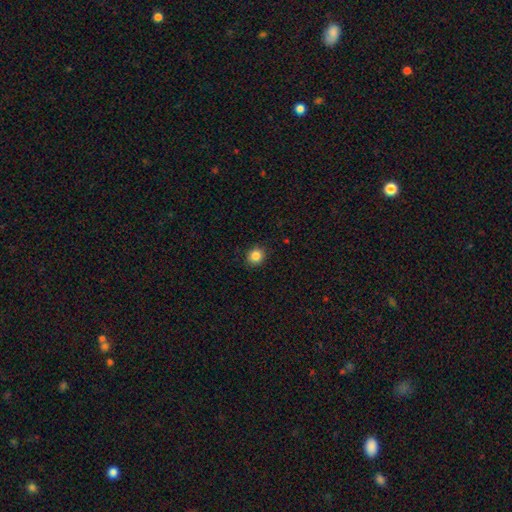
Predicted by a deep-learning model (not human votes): Smooth or featured: smooth — 86% (star or artifact — 10%)
How rounded: round — 81% (in between — 18%)
Merging: none — 90% (minor disturbance — 7%)